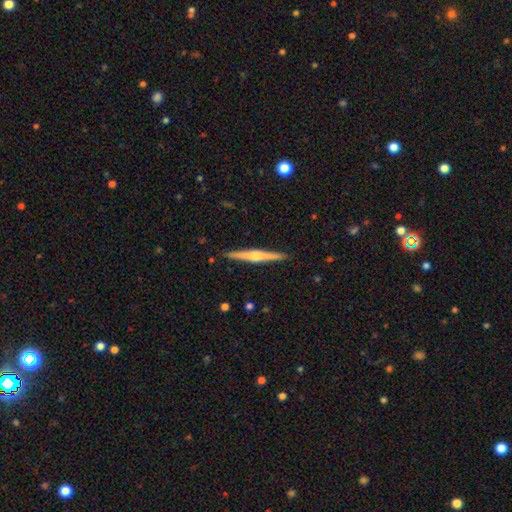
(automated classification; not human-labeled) Smooth or featured: featured or disk — 69% (smooth — 26%)
Edge-on disk: yes — 98% (no — 2%)
Edge-on bulge: rounded — 84% (boxy — 8%)
Merging: none — 91% (minor disturbance — 6%)